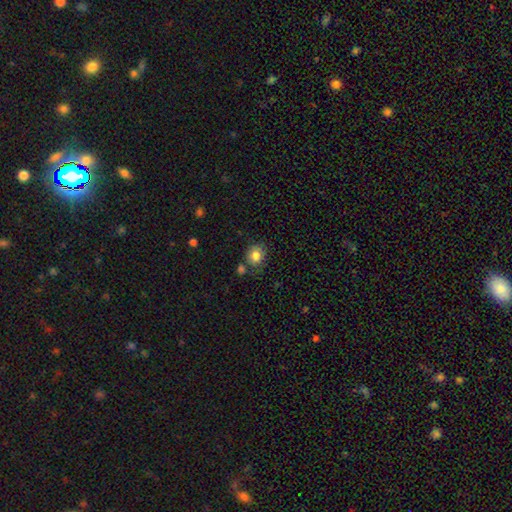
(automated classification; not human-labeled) A smooth galaxy with no disk features (83%) that is round (61%). Merging: none (68%).